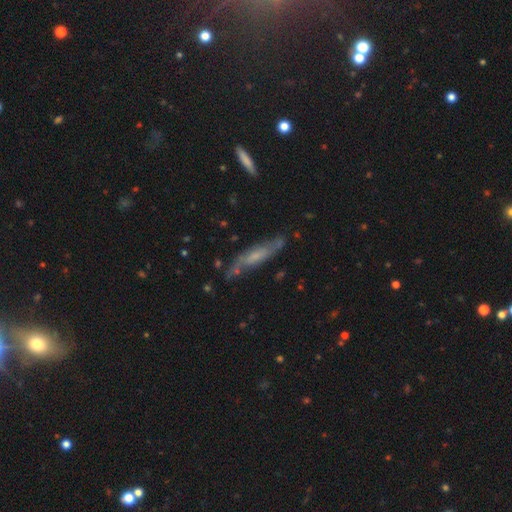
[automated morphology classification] A featured or disk galaxy (57%) viewed edge-on (53%). Merging: none (68%).